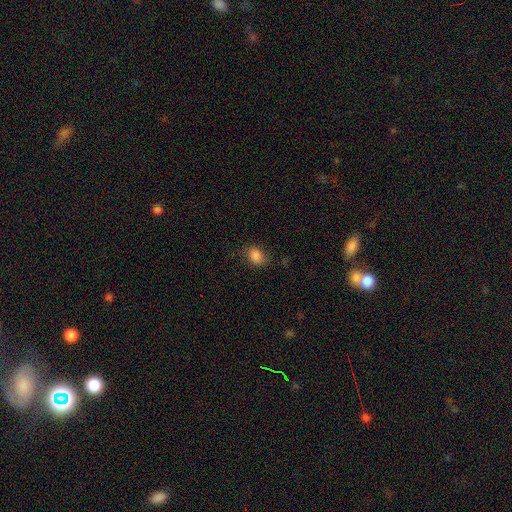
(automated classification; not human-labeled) smooth 84%, star or artifact 11%, featured or disk 6%. Down the decision tree: how rounded — in between (56%); merging — none (69%).